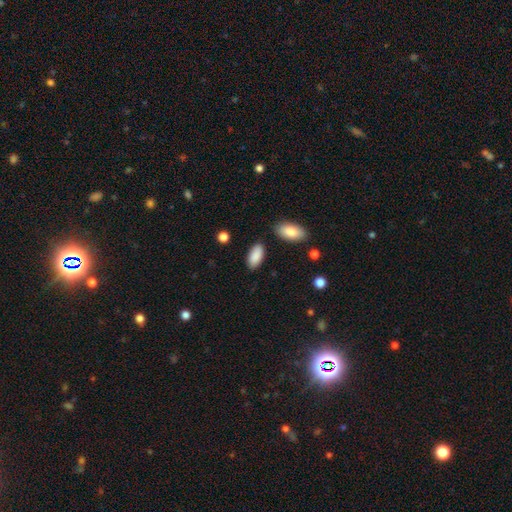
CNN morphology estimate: type=smooth (89%); roundness=in between (92%); merging=none (83%).